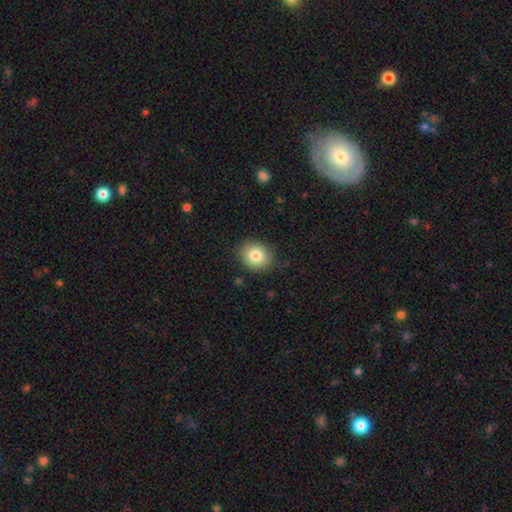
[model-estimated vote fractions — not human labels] A smooth galaxy with no disk features (83%) that is round (63%). Merging: none (86%).